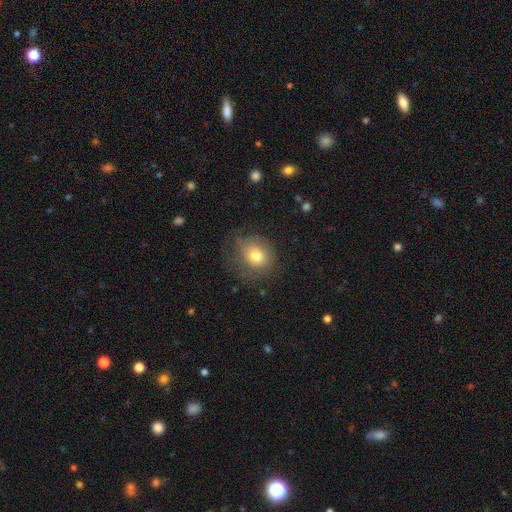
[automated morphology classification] Overall: smooth (74%). How rounded: round (74%). Merging: none (63%).